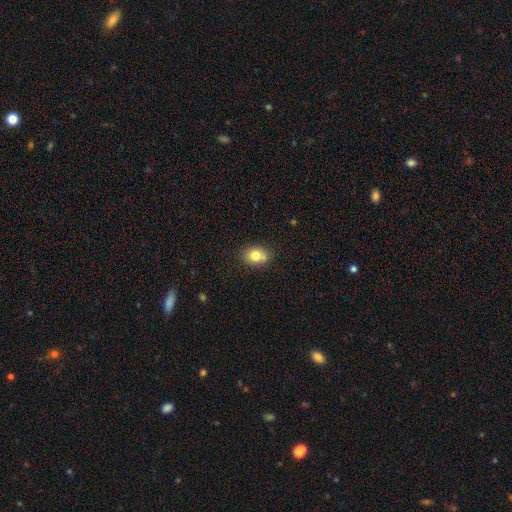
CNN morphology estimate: This is likely a smooth galaxy (79%). How rounded: possibly in between (58%). Merging: likely none (70%).